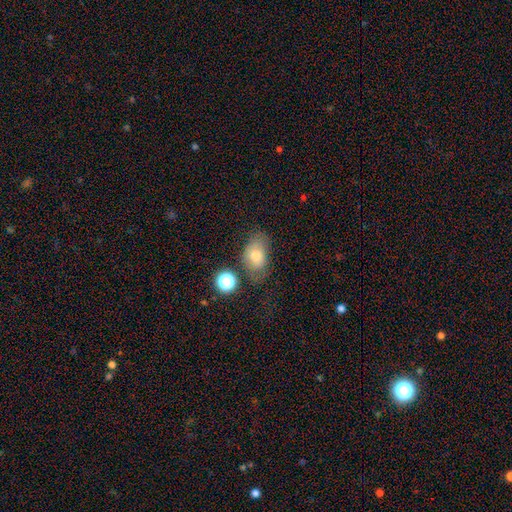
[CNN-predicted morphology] type=smooth (74%); roundness=in between (84%); merging=none (58%).